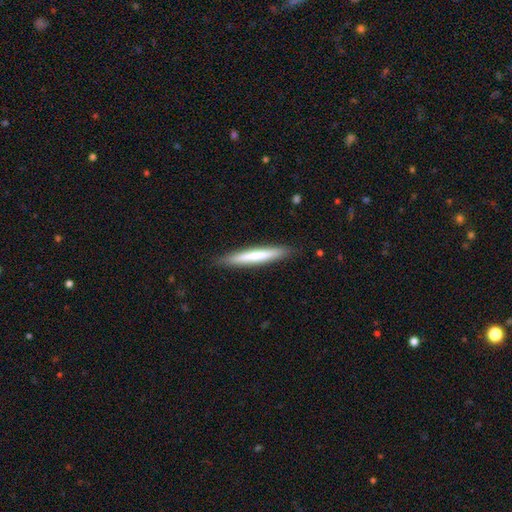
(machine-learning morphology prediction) Smooth or featured? smooth (65%)
How rounded? cigar-shaped (94%)
Merging? none (89%)